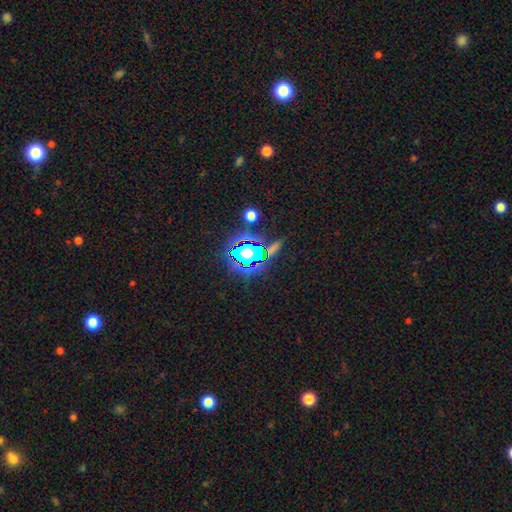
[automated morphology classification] Smooth or featured: star or artifact — 82% (smooth — 11%)